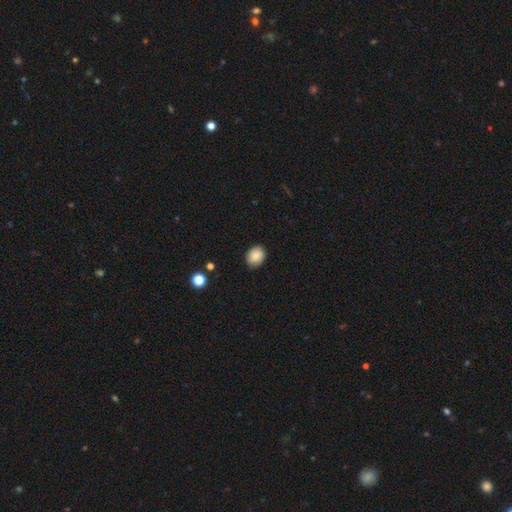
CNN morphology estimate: smooth-or-featured: smooth: 80% | featured or disk: 11% | star or artifact: 9%
  how-rounded: in between: 55% | round: 44% | cigar-shaped: 1%
  merging: none: 78% | minor disturbance: 18% | major disturbance: 3% | merger: 1%